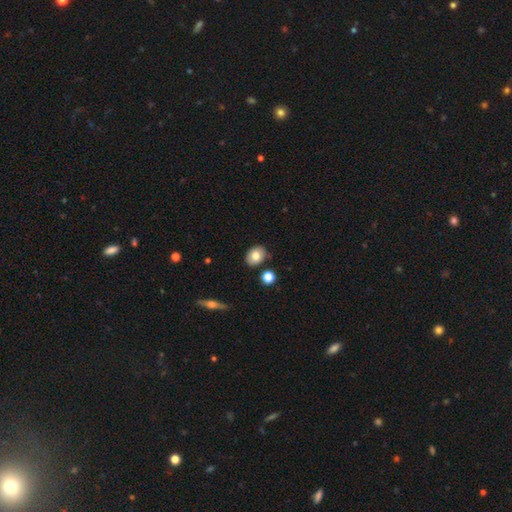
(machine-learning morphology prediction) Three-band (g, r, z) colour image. It shows a smooth galaxy with no disk features (78%) that is in between round and cigar-shaped (57%). Merging: none (83%).